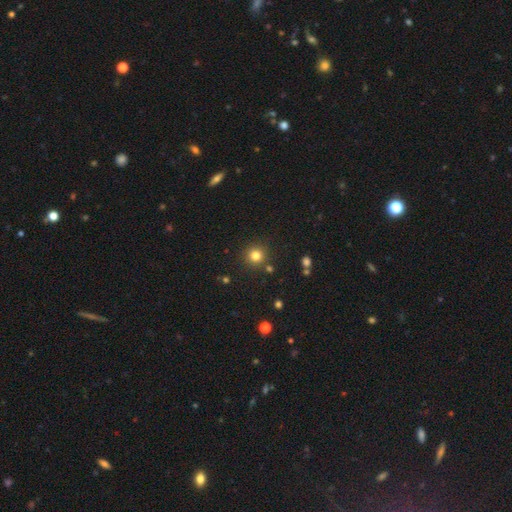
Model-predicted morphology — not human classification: type=smooth (81%); roundness=round (94%); merging=none (87%).